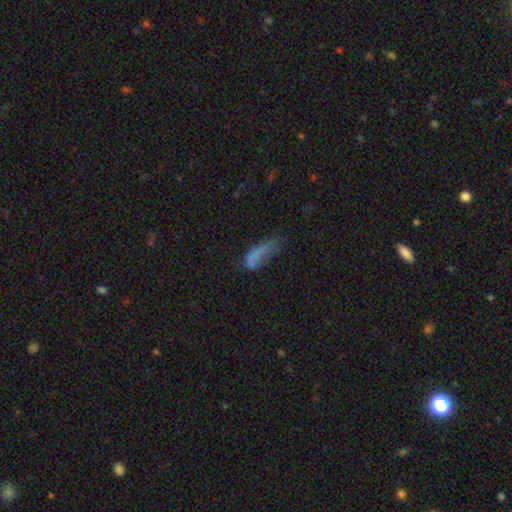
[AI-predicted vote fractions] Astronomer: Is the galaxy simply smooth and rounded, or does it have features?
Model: smooth — 62%.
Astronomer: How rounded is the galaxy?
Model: in between — 54% (runner-up: cigar-shaped, 41%).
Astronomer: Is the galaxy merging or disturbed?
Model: major disturbance — 37% (runner-up: none, 30%).